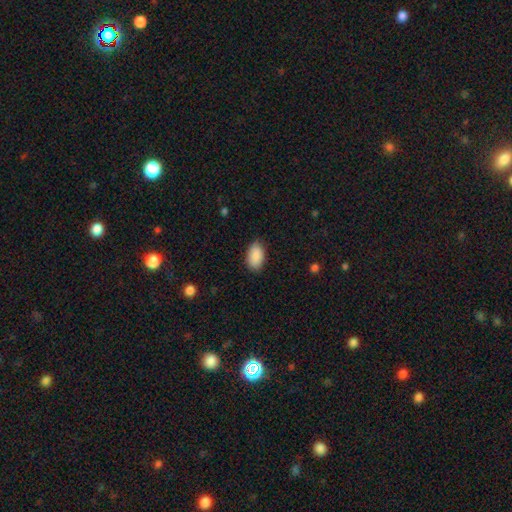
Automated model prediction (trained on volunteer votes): Smooth or featured? Predicted: smooth (p=0.90). How rounded? Predicted: in between (p=0.94). Merging? Predicted: none (p=0.84).